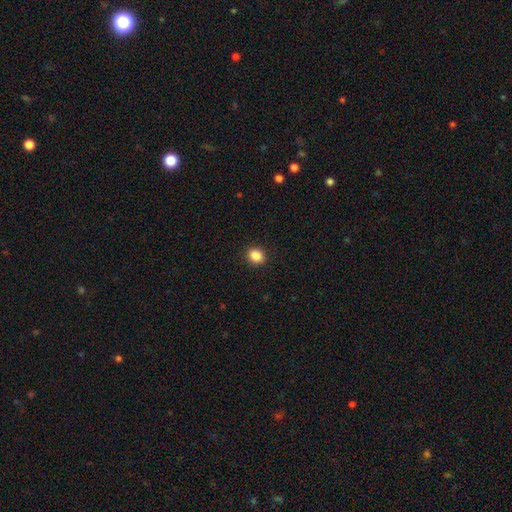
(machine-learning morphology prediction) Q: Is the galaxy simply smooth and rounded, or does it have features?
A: smooth — 87%.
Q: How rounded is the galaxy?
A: round — 61%.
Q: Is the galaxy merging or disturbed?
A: none — 91%.